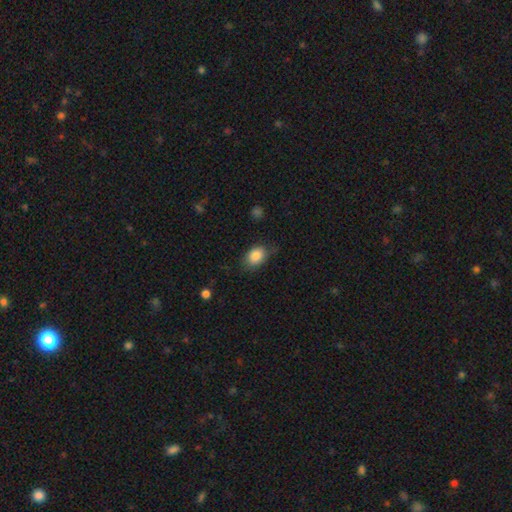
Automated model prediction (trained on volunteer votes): This appears to be a smooth galaxy with no disk features (85%) that is in between round and cigar-shaped (77%). Merging: none (69%).